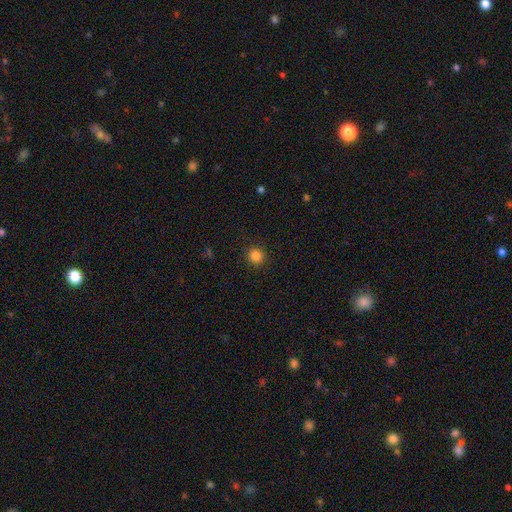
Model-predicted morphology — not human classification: type=smooth (84%); roundness=round (93%); merging=none (91%).